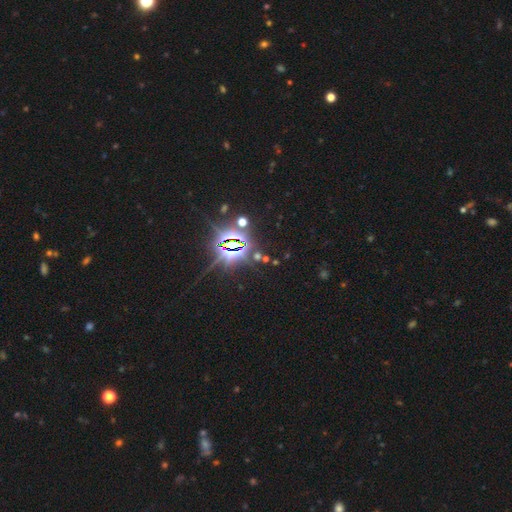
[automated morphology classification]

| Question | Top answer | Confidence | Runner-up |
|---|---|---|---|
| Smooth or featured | star or artifact | 86% | featured or disk (8%) |